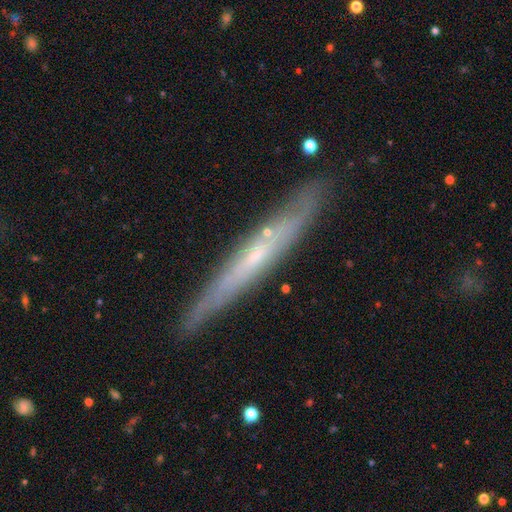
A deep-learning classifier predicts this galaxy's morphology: smooth_or_featured: featured or disk (p=0.67) [alt: smooth p=0.27]
disk_edge_on: yes (p=0.88) [alt: no p=0.12]
edge_on_bulge: none (p=0.61) [alt: rounded p=0.35]
merging: none (p=0.84) [alt: minor disturbance p=0.12]